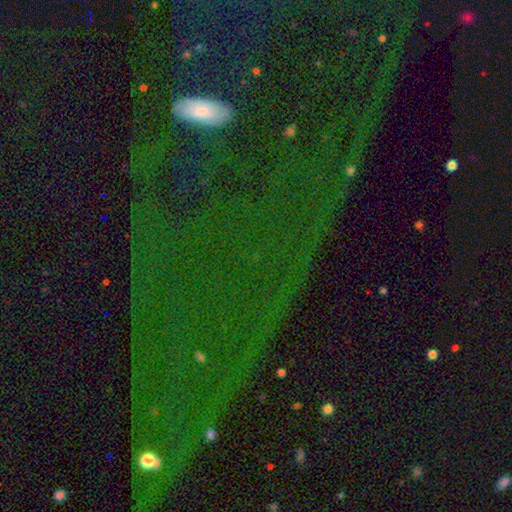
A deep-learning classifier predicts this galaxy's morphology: star or artifact 65%, smooth 20%, featured or disk 15%.